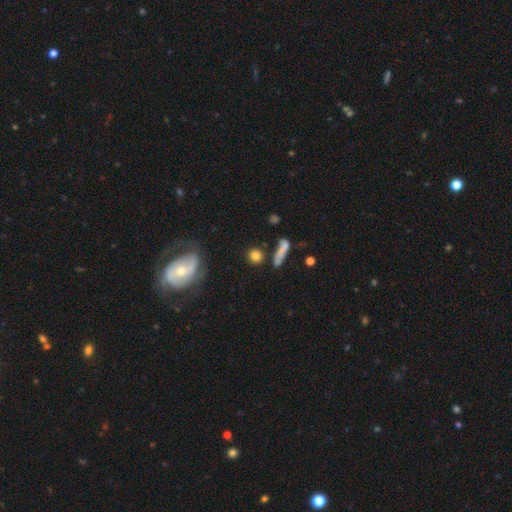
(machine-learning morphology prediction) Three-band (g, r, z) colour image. It shows a smooth galaxy with no disk features (79%) that is round (75%). Merging: none (72%).